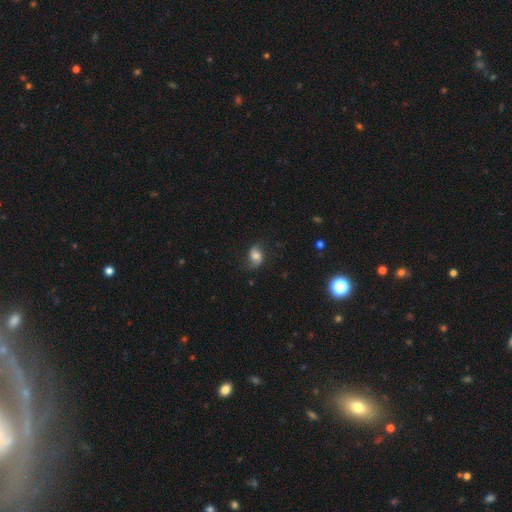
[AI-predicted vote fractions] This is possibly a featured or disk galaxy (47%). Merging: likely none (65%).